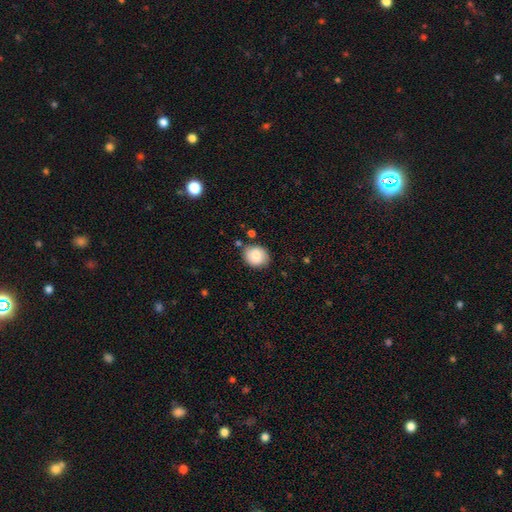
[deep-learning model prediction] The model was most divided on "how rounded": round: 69%, in between: 30%, cigar-shaped: 1%. More confident: merging — none (80%); smooth or featured — smooth (79%).